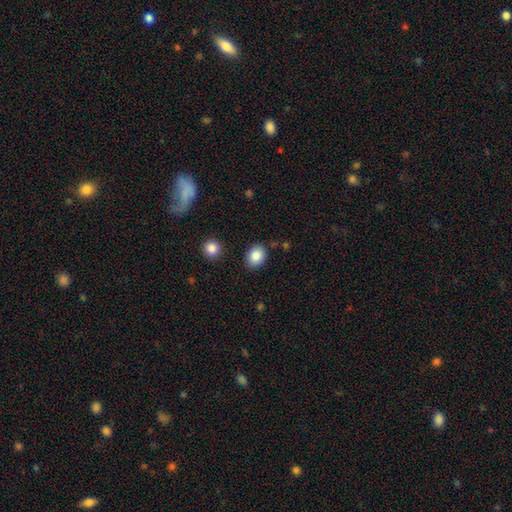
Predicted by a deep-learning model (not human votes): This appears to be a smooth galaxy with no disk features (86%) that is in between round and cigar-shaped (51%). Merging: none (84%).